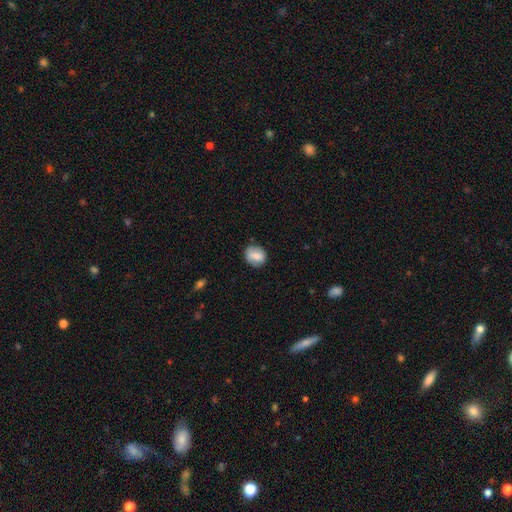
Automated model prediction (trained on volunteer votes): Overall: smooth (71%). How rounded: round (68%; in between 31%). Merging: none (76%).